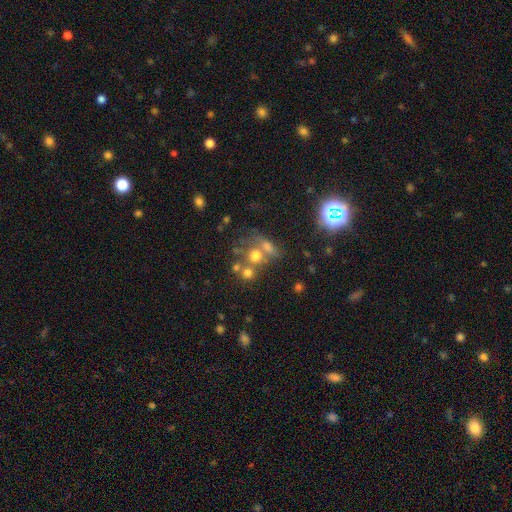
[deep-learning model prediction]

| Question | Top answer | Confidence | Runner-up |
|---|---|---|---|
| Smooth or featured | smooth | 63% | star or artifact (19%) |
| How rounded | round | 80% | in between (18%) |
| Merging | none | 44% | merger (40%) |